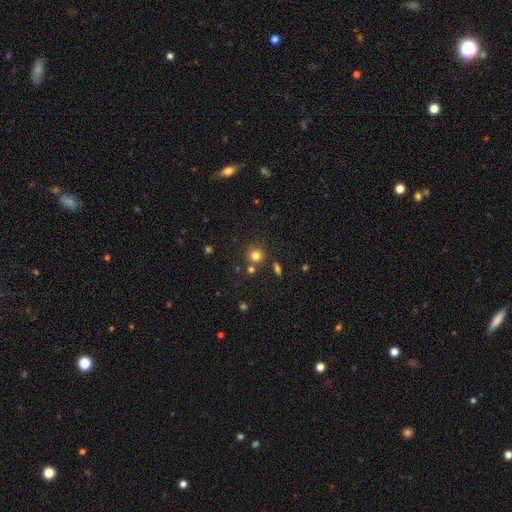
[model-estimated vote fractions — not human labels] Q: Smooth or featured?
A: smooth (78%); runner-up: star or artifact (15%)
Q: How rounded?
A: round (90%); runner-up: in between (9%)
Q: Merging?
A: none (77%); runner-up: merger (11%)